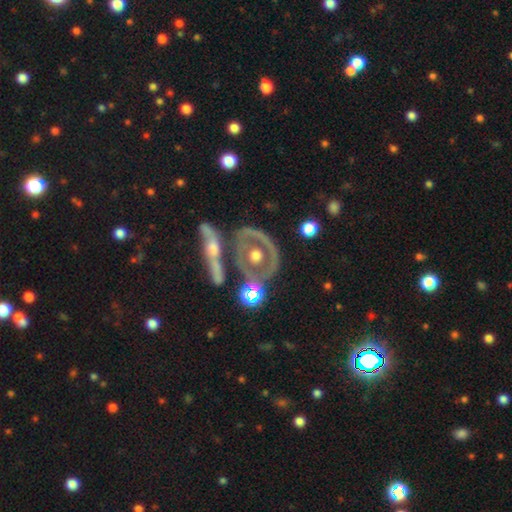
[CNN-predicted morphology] Overall: featured or disk (63%; smooth 28%). Edge-on disk: no (86%). Bar: no (89%). Spiral arms: no (86%). Bulge size: moderate (65%). Merging: none (60%).